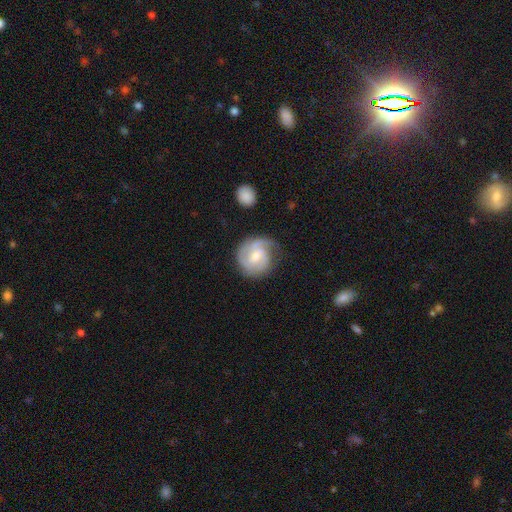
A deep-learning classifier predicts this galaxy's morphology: Overall: featured or disk (76%). Edge-on disk: no (98%). Bar: no (48%; weak 45%). Spiral arms: yes (94%). Spiral arm count: 2 (39%; 3 21%). Spiral winding: tight (49%; medium 39%). Bulge size: moderate (50%; small 44%). Merging: none (62%; minor disturbance 23%).